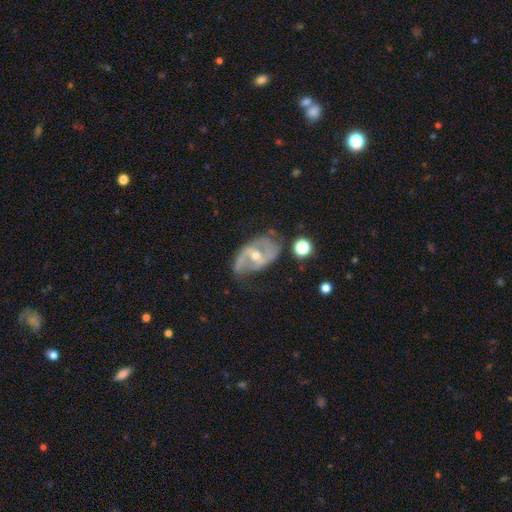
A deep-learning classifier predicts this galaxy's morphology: Overall: featured or disk (83%). Edge-on disk: no (96%). Bar: weak (43%; strong 32%). Spiral arms: yes (89%). Spiral arm count: 2 (80%). Spiral winding: medium (42%; loose 40%). Bulge size: moderate (57%; small 39%). Merging: none (55%; minor disturbance 27%).